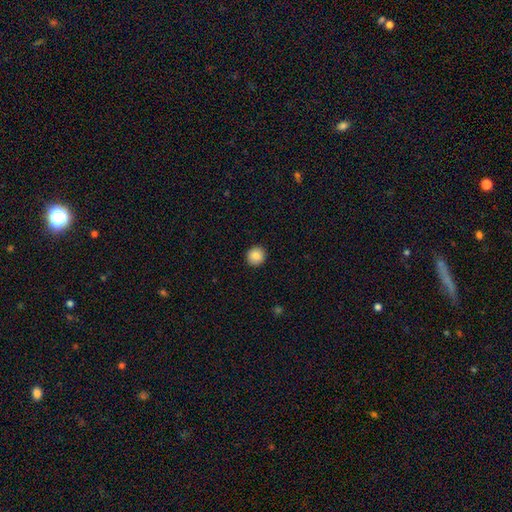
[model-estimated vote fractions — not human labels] This appears to be a smooth galaxy with no disk features (87%) that is round (91%). Merging: none (93%).